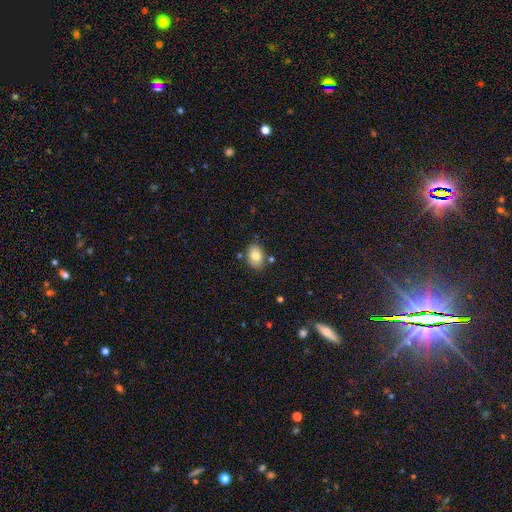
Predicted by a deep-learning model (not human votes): This appears to be a smooth galaxy with no disk features (78%) that is in between round and cigar-shaped (80%). Merging: none (80%).